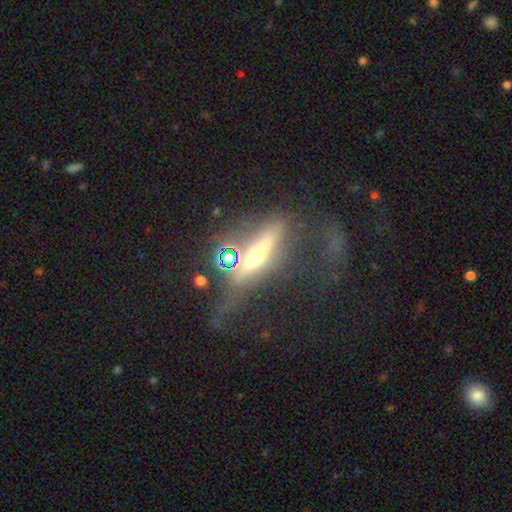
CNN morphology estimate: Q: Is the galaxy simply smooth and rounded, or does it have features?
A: featured or disk — 64%.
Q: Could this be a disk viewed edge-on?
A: yes — 82%.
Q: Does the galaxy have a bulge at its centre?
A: rounded — 88%.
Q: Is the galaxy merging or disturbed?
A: none — 49%.